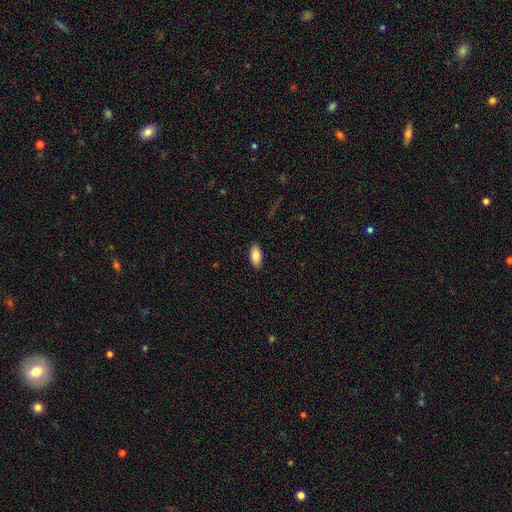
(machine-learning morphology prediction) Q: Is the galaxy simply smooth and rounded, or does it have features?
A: smooth — 85%.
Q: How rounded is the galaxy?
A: in between — 93%.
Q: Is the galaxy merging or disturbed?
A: none — 89%.